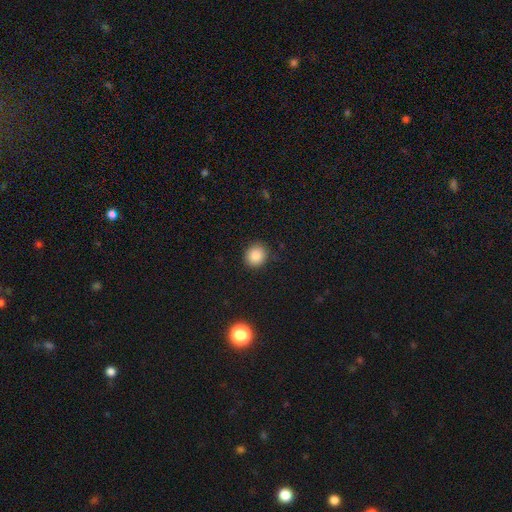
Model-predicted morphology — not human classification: type=smooth (87%); roundness=round (82%); merging=none (88%).